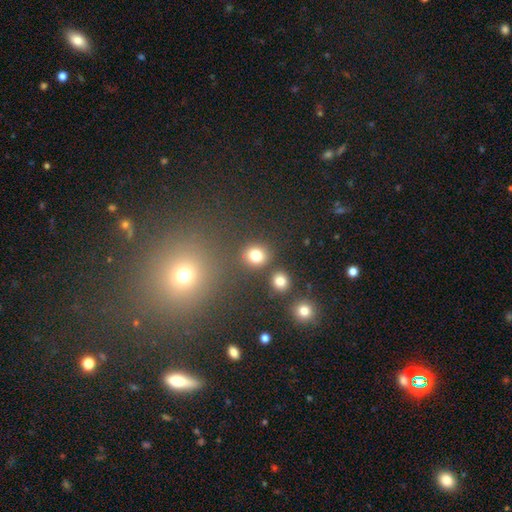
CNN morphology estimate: Smooth or featured?
  - smooth: 79% *
  - star or artifact: 15%
  - featured or disk: 6%
How rounded?
  - round: 81% *
  - in between: 18%
  - cigar-shaped: 1%
Merging?
  - none: 80% *
  - merger: 8%
  - minor disturbance: 8%
  - major disturbance: 3%